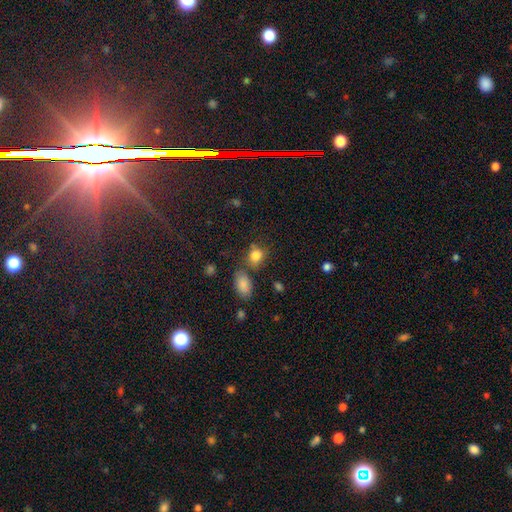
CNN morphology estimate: This is clearly a smooth galaxy (82%). How rounded: possibly round (55%). Merging: likely none (61%).